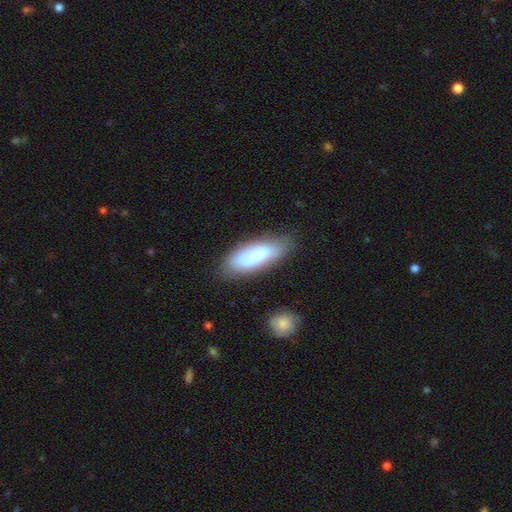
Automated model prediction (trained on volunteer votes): This is possibly a smooth galaxy (60%). How rounded: likely in between (69%). Merging: likely none (71%).